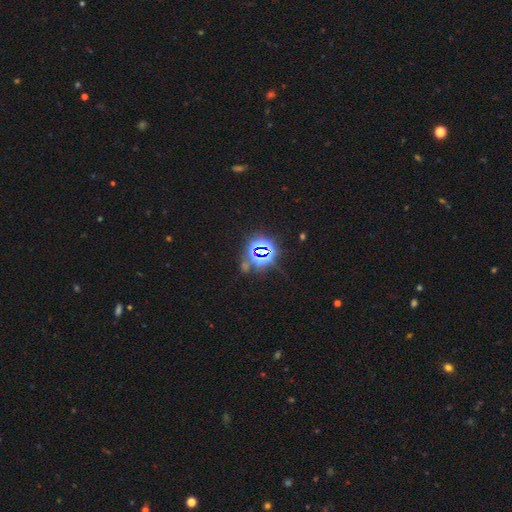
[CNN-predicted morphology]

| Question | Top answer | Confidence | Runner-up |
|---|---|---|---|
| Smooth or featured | star or artifact | 79% | smooth (12%) |